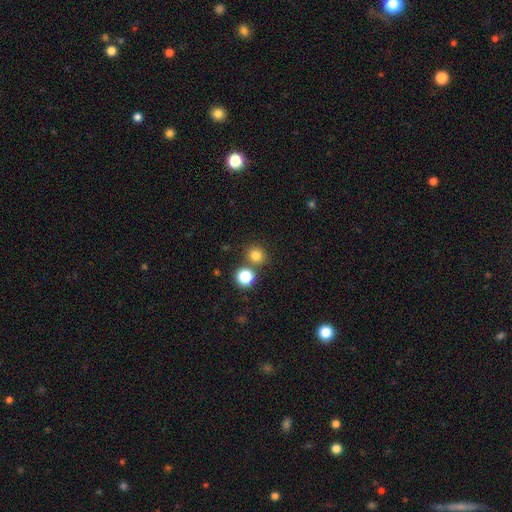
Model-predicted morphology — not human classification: smooth_or_featured: smooth (p=0.79) [alt: star or artifact p=0.16]
how_rounded: round (p=0.87) [alt: in between p=0.12]
merging: none (p=0.75) [alt: merger p=0.15]